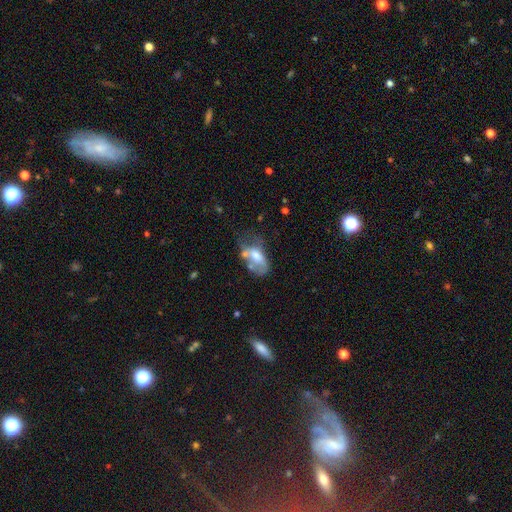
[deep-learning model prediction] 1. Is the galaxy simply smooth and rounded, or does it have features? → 51% smooth, 40% featured or disk, 9% star or artifact.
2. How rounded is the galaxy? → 89% in between, 8% round, 3% cigar-shaped.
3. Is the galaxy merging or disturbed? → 33% major disturbance, 24% minor disturbance, 23% none, 20% merger.